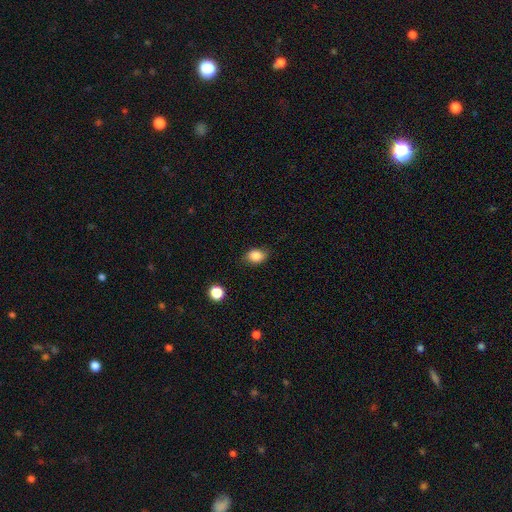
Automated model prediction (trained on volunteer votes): smooth-or-featured: smooth: 86% | star or artifact: 9% | featured or disk: 5%
  how-rounded: in between: 63% | round: 36% | cigar-shaped: 1%
  merging: none: 78% | minor disturbance: 17% | major disturbance: 4% | merger: 1%